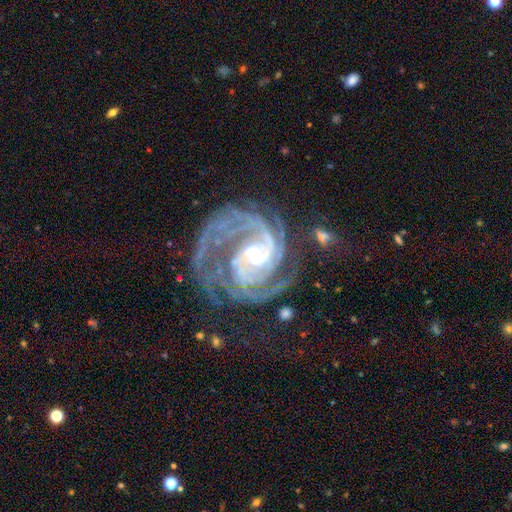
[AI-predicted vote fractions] A featured or disk galaxy (92%) with no bar (43%), 2 (42%) tight (52%) spiral arms (98%) and a small central bulge (64%). Merging: none (56%).